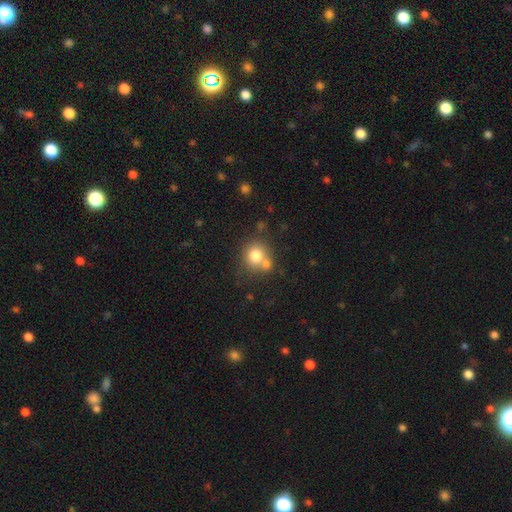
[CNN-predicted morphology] Smooth or featured? smooth (77%)
How rounded? round (83%)
Merging? none (53%)